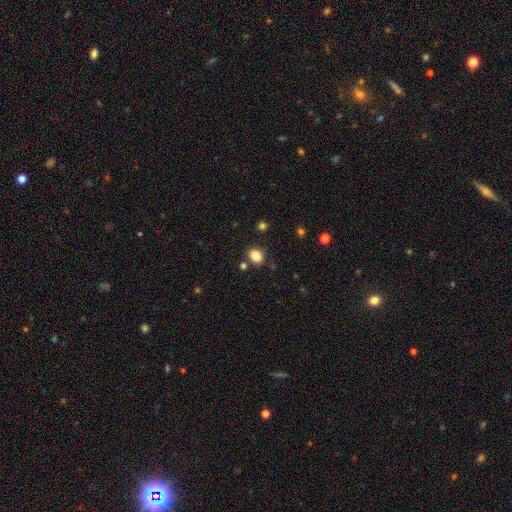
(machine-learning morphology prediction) Smooth or featured?
  - smooth: 85% *
  - star or artifact: 11%
  - featured or disk: 4%
How rounded?
  - round: 54% *
  - in between: 45%
  - cigar-shaped: 1%
Merging?
  - none: 81% *
  - minor disturbance: 10%
  - merger: 6%
  - major disturbance: 3%